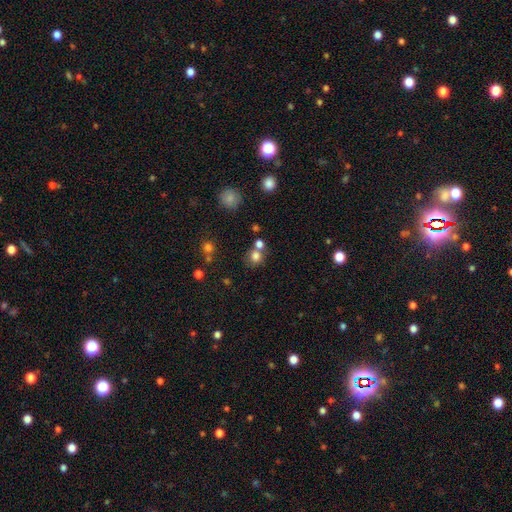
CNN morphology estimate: Overall: smooth (78%). How rounded: round (85%). Merging: none (60%; merger 27%).